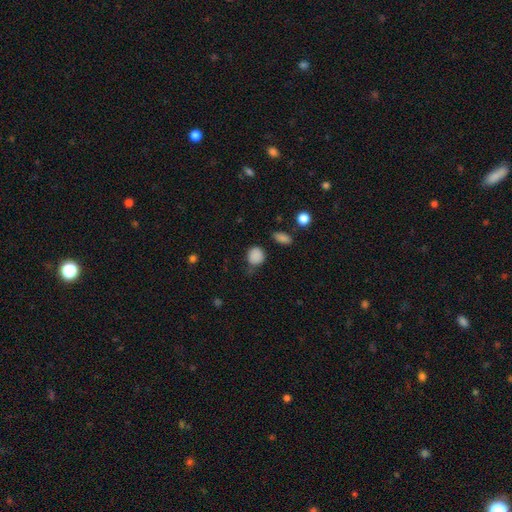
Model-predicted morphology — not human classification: Smooth or featured?
  - smooth: 85% *
  - star or artifact: 11%
  - featured or disk: 4%
How rounded?
  - round: 75% *
  - in between: 24%
  - cigar-shaped: 1%
Merging?
  - none: 65% *
  - minor disturbance: 24%
  - major disturbance: 7%
  - merger: 4%